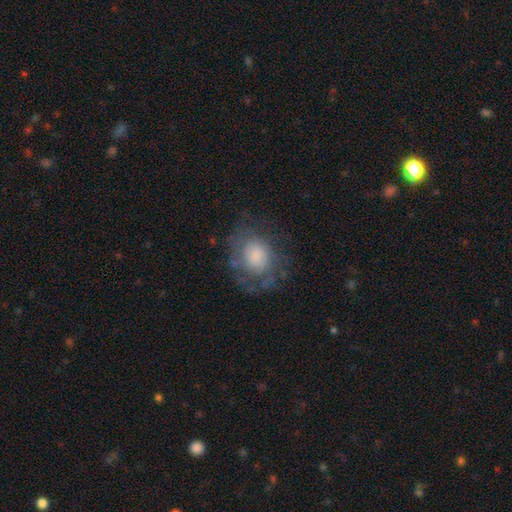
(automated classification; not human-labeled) smooth_or_featured: featured or disk (p=0.47) [alt: smooth p=0.42]
merging: none (p=0.64) [alt: minor disturbance p=0.20]